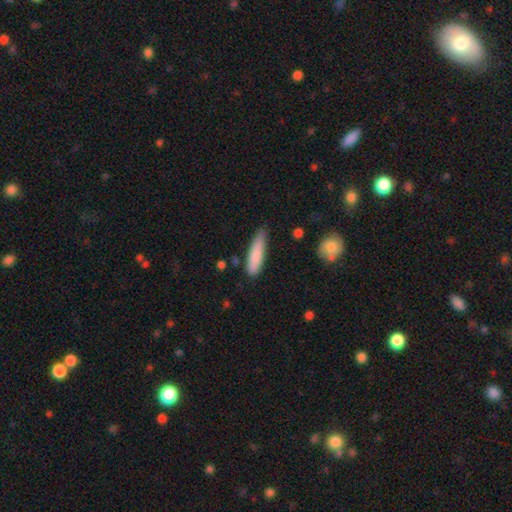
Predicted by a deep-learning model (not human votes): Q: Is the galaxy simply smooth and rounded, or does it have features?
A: smooth — 82%.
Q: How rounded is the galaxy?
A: cigar-shaped — 77%.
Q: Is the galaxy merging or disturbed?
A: none — 70%.